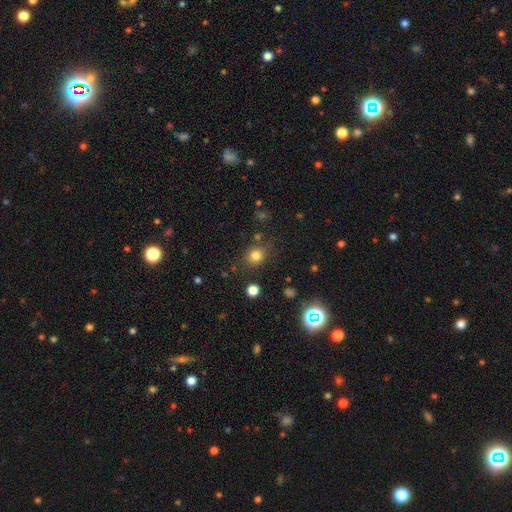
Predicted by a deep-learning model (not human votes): This is likely a smooth galaxy (80%). How rounded: likely round (77%). Merging: clearly none (80%).